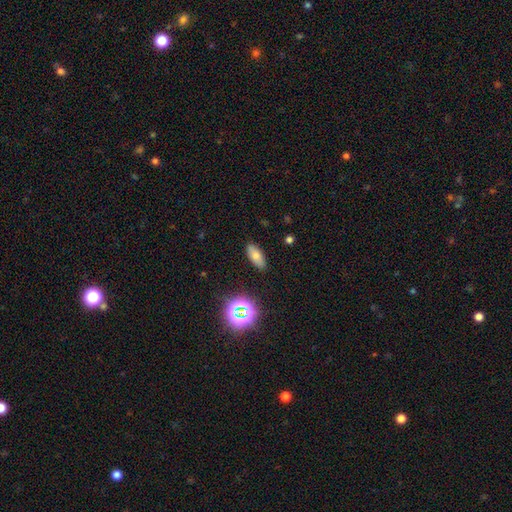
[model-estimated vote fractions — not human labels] smooth-or-featured: smooth: 72% | featured or disk: 14% | star or artifact: 14%
  how-rounded: in between: 78% | cigar-shaped: 17% | round: 5%
  merging: none: 87% | minor disturbance: 9% | major disturbance: 2% | merger: 2%